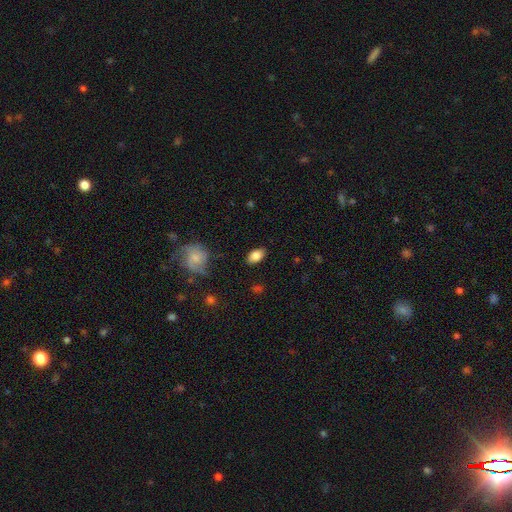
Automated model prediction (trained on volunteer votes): This appears to be a smooth galaxy with no disk features (84%) that is in between round and cigar-shaped (90%). Merging: none (85%).